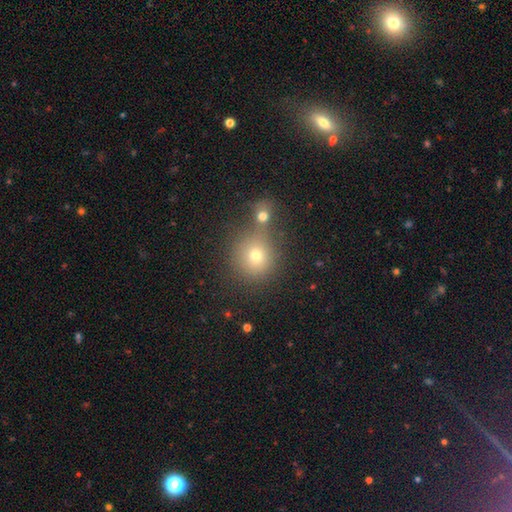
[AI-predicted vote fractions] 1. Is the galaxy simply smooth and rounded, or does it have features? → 71% smooth, 18% star or artifact, 11% featured or disk.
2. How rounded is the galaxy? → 88% round, 11% in between, 1% cigar-shaped.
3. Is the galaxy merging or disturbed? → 57% none, 30% merger, 8% minor disturbance, 4% major disturbance.